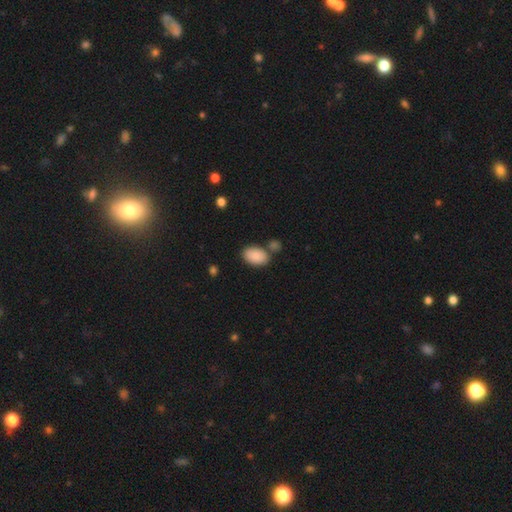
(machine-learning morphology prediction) smooth-or-featured: smooth: 88% | star or artifact: 7% | featured or disk: 5%
  how-rounded: in between: 92% | round: 7% | cigar-shaped: 1%
  merging: none: 71% | merger: 13% | minor disturbance: 13% | major disturbance: 3%